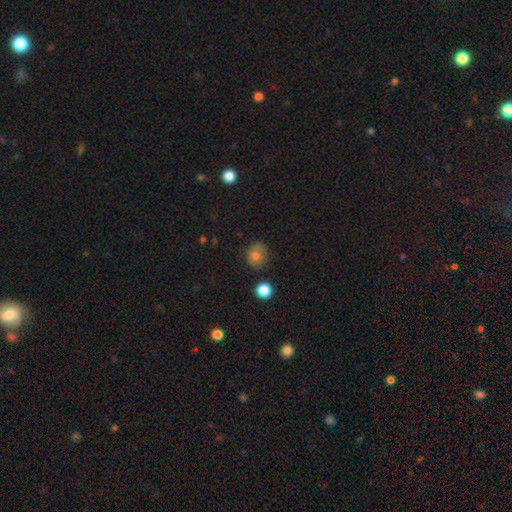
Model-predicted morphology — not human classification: type=smooth (75%); roundness=round (82%); merging=none (74%).